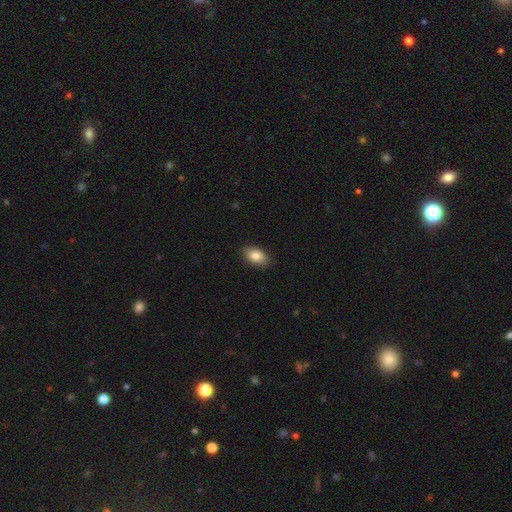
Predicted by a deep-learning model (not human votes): Smooth or featured: smooth — 85% (featured or disk — 8%)
How rounded: in between — 89% (round — 9%)
Merging: none — 88% (minor disturbance — 9%)